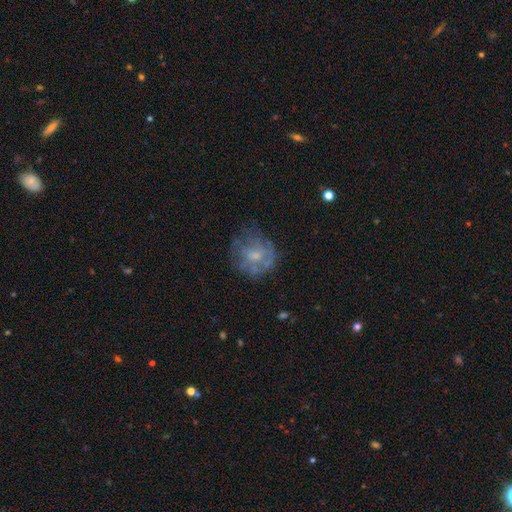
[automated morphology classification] A featured or disk galaxy (54%) with no bar (75%), no spiral arms (63%) and a moderate central bulge (42%). Merging: none (57%).